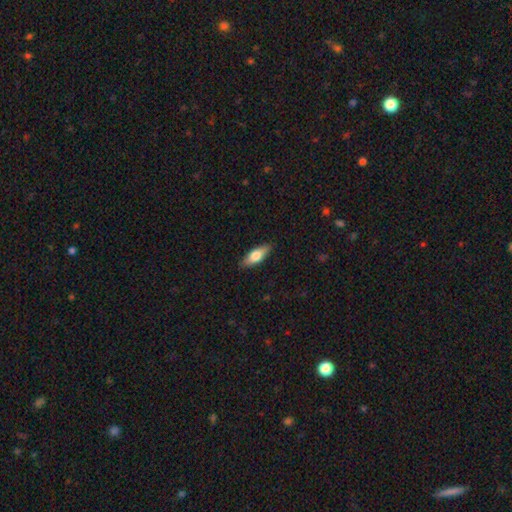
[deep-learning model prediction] This is likely a smooth galaxy (68%). How rounded: likely in between (70%). Merging: clearly none (87%).